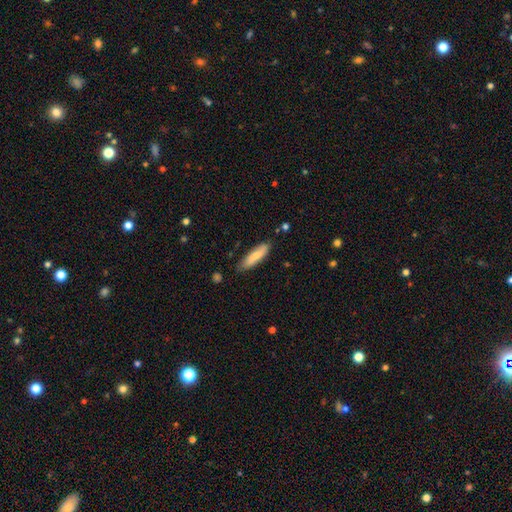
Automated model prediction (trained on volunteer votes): smooth-or-featured: smooth: 73% | featured or disk: 21% | star or artifact: 6%
  how-rounded: cigar-shaped: 64% | in between: 34% | round: 2%
  merging: none: 77% | minor disturbance: 19% | major disturbance: 3% | merger: 2%